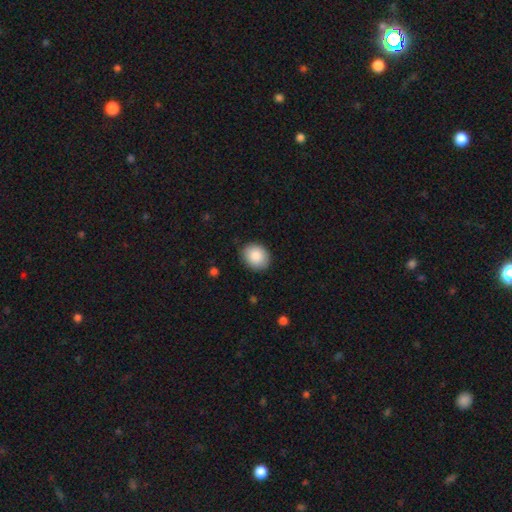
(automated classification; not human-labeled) Smooth or featured? Predicted: smooth (p=0.87). How rounded? Predicted: round (p=0.55). Merging? Predicted: none (p=0.87).